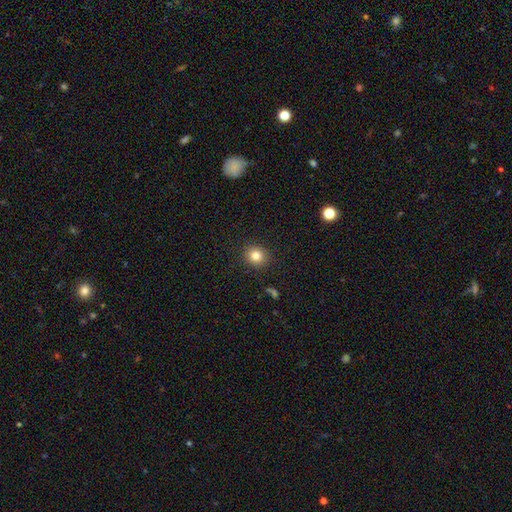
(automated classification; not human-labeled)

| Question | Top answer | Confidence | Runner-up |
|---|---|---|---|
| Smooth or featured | smooth | 82% | star or artifact (12%) |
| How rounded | round | 83% | in between (16%) |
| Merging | none | 90% | minor disturbance (7%) |